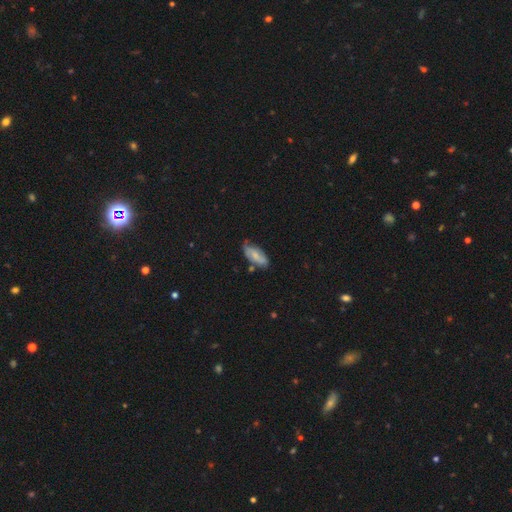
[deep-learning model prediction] smooth_or_featured: smooth (p=0.59) [alt: featured or disk p=0.34]
how_rounded: in between (p=0.83) [alt: cigar-shaped p=0.14]
merging: none (p=0.63) [alt: minor disturbance p=0.27]